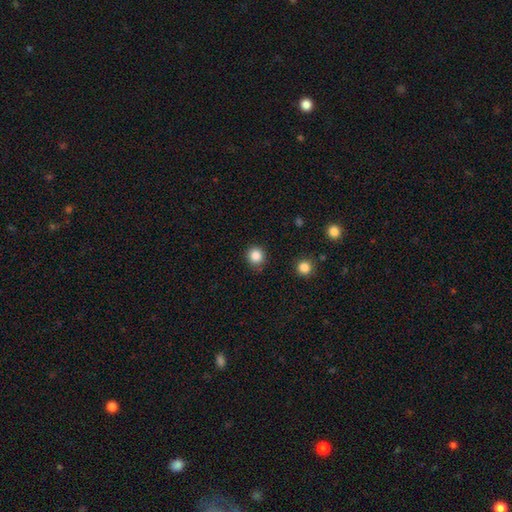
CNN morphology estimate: A smooth galaxy with no disk features (86%) that is round (89%). Merging: none (85%).